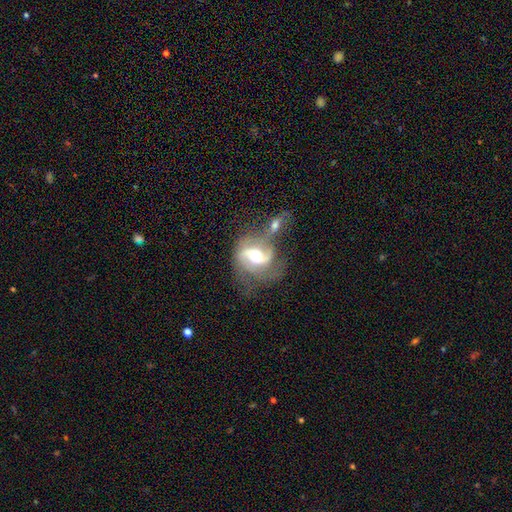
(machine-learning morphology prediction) The model was most divided on "merging": merger: 38%, none: 32%, major disturbance: 16%, minor disturbance: 14%. Remaining: edge-on disk — no (97%); spiral arms — yes (91%); smooth or featured — featured or disk (80%); spiral arm count — 2 (77%); bulge size — moderate (70%); spiral winding — medium (47%); bar — weak (45%).